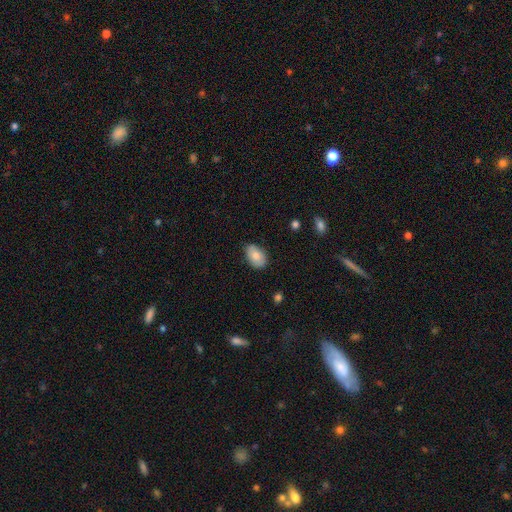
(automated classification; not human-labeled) Smooth or featured? smooth (81%)
How rounded? in between (89%)
Merging? none (79%)